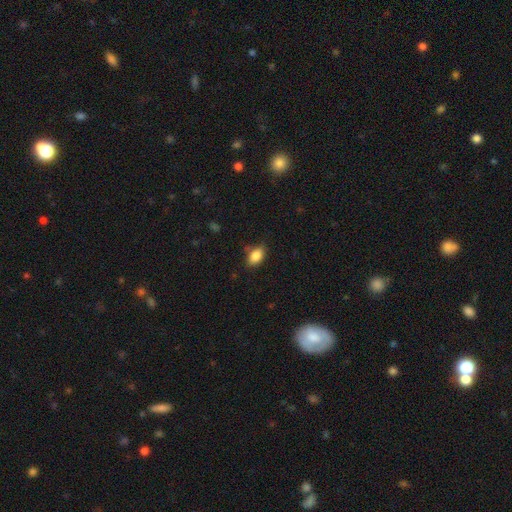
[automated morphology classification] smooth 87%, star or artifact 8%, featured or disk 5%. Down the decision tree: how rounded — in between (86%); merging — none (77%).